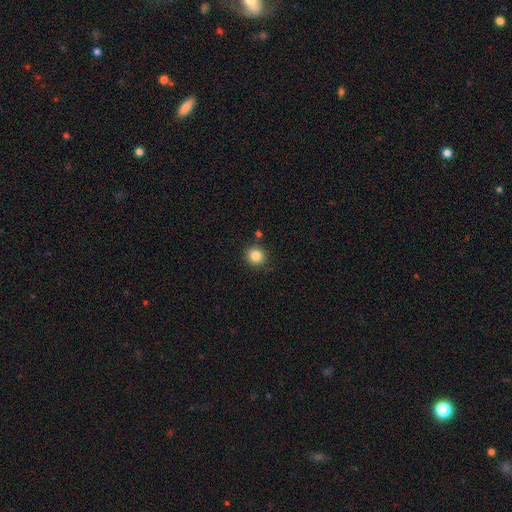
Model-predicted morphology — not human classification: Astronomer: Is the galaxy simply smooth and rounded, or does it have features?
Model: smooth — 85%.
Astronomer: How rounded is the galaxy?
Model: round — 88%.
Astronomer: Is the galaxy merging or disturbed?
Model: none — 85%.